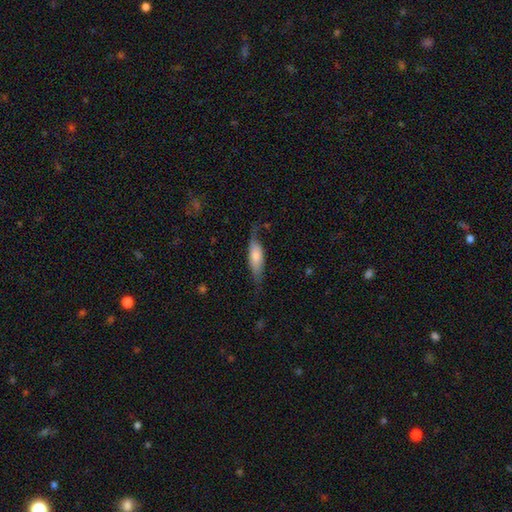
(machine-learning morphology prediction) Smooth or featured?
  - smooth: 59% *
  - featured or disk: 35%
  - star or artifact: 6%
How rounded?
  - in between: 59% *
  - cigar-shaped: 39%
  - round: 3%
Merging?
  - none: 57% *
  - minor disturbance: 29%
  - major disturbance: 12%
  - merger: 2%